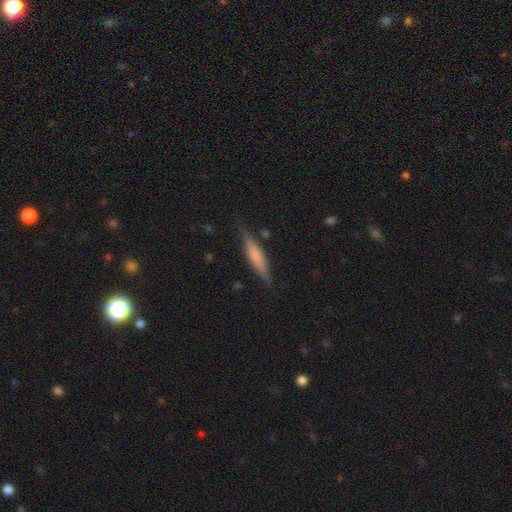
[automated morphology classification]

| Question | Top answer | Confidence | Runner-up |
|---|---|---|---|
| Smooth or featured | smooth | 57% | featured or disk (37%) |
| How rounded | cigar-shaped | 85% | in between (13%) |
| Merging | none | 83% | minor disturbance (12%) |